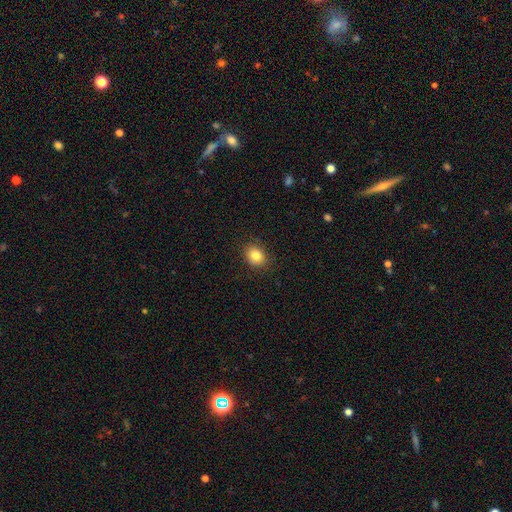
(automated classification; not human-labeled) smooth 84%, star or artifact 10%, featured or disk 7%. Down the decision tree: how rounded — round (56%); merging — none (87%).